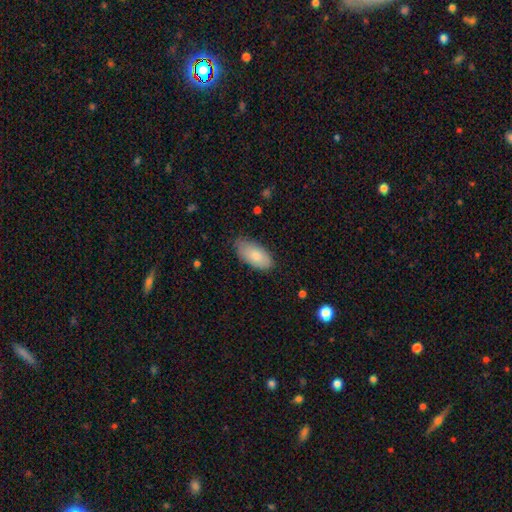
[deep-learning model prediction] Q: Smooth or featured?
A: smooth (83%); runner-up: featured or disk (11%)
Q: How rounded?
A: in between (93%); runner-up: cigar-shaped (5%)
Q: Merging?
A: none (79%); runner-up: minor disturbance (17%)